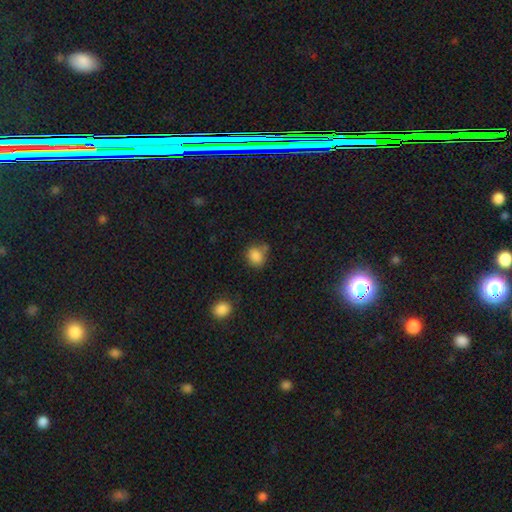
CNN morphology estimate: Smooth or featured?
  - smooth: 85% *
  - star or artifact: 10%
  - featured or disk: 5%
How rounded?
  - round: 70% *
  - in between: 29%
  - cigar-shaped: 1%
Merging?
  - none: 62% *
  - minor disturbance: 22%
  - merger: 10%
  - major disturbance: 6%